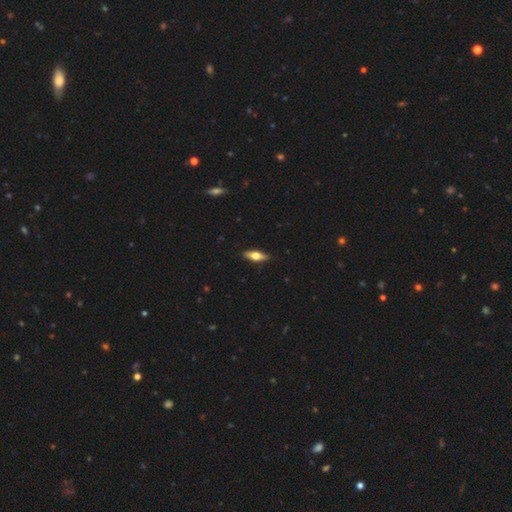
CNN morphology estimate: A smooth galaxy with no disk features (55%) that is in between round and cigar-shaped (56%). Merging: none (88%).